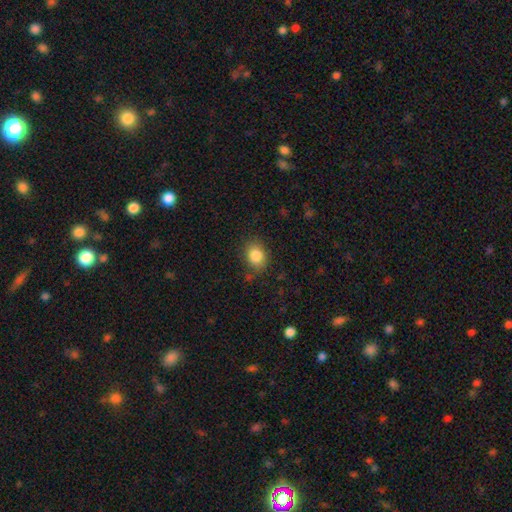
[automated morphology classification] This is clearly a smooth galaxy (85%). How rounded: possibly in between (52%). Merging: likely none (79%).